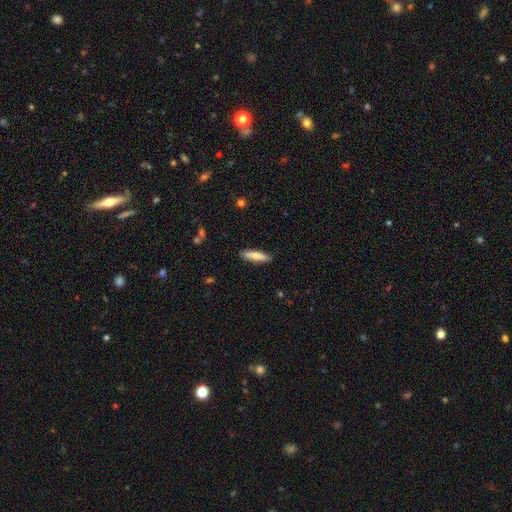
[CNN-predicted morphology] Smooth or featured? smooth (68%)
How rounded? cigar-shaped (68%)
Merging? none (87%)